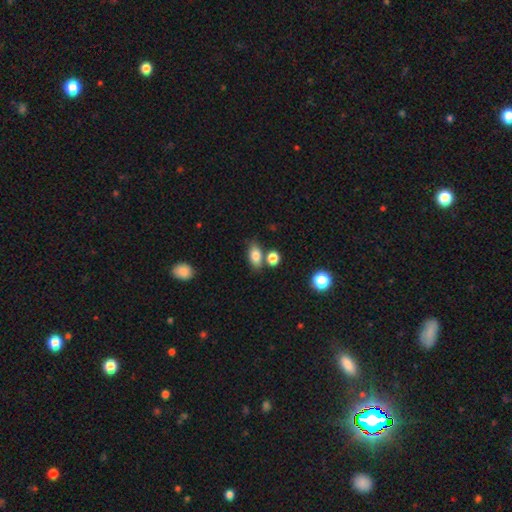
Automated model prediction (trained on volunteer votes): A smooth galaxy with no disk features (81%) that is in between round and cigar-shaped (84%).

Vote fractions:
- Smooth or featured? smooth: 81% / featured or disk: 10% / star or artifact: 9%
- How rounded? in between: 84% / round: 12% / cigar-shaped: 4%
- Merging? none: 67% / merger: 17% / minor disturbance: 13% / major disturbance: 4%